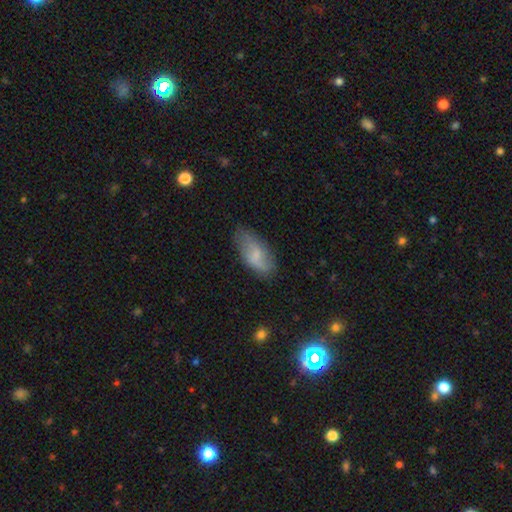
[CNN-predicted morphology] A smooth galaxy with no disk features (65%) that is in between round and cigar-shaped (89%).

Vote fractions:
- Smooth or featured? smooth: 65% / featured or disk: 28% / star or artifact: 7%
- How rounded? in between: 89% / cigar-shaped: 8% / round: 3%
- Merging? none: 68% / minor disturbance: 24% / major disturbance: 6% / merger: 2%